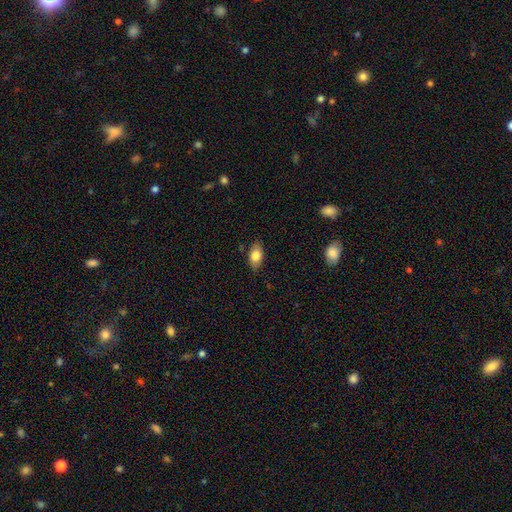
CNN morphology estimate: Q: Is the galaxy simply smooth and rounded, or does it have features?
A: smooth — 80%.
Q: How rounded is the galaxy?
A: in between — 91%.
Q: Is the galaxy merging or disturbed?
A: none — 83%.